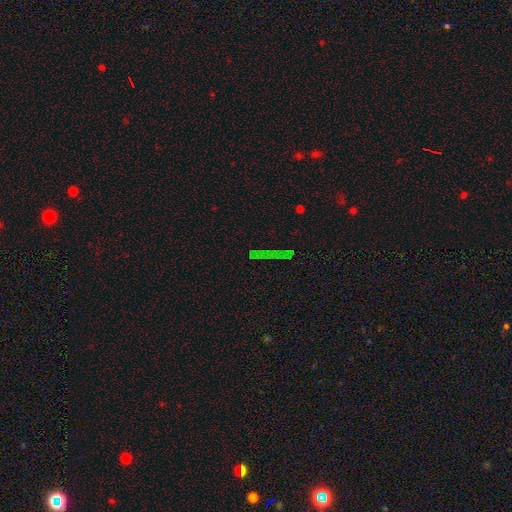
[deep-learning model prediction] Smooth or featured? star or artifact (62%)